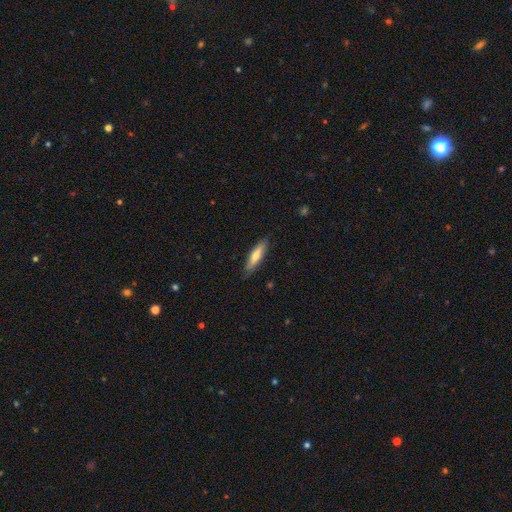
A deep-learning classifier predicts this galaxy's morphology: A smooth galaxy with no disk features (65%) that is cigar-shaped (74%). Merging: none (83%).